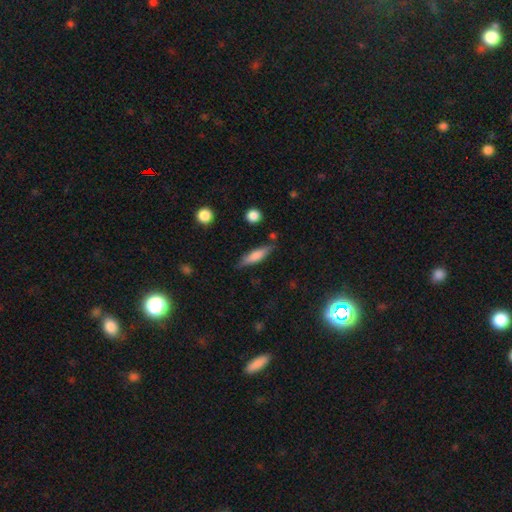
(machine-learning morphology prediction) A smooth galaxy with no disk features (67%) that is cigar-shaped (71%).

Vote fractions:
- Smooth or featured? smooth: 67% / featured or disk: 27% / star or artifact: 6%
- How rounded? cigar-shaped: 71% / in between: 27% / round: 2%
- Merging? none: 78% / minor disturbance: 15% / merger: 3% / major disturbance: 3%